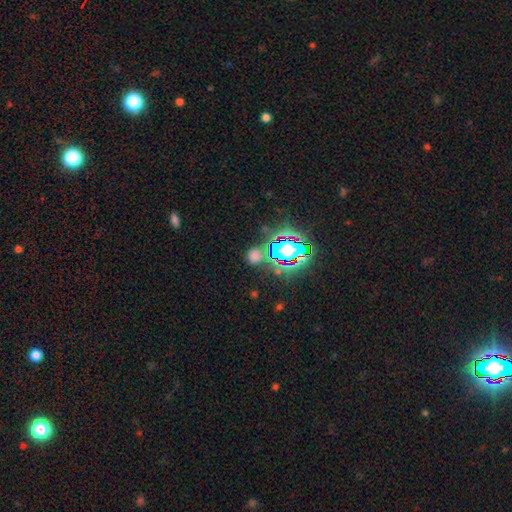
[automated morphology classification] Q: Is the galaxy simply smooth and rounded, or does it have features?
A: smooth — 56%.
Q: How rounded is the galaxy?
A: round — 81%.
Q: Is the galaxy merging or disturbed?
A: none — 76%.